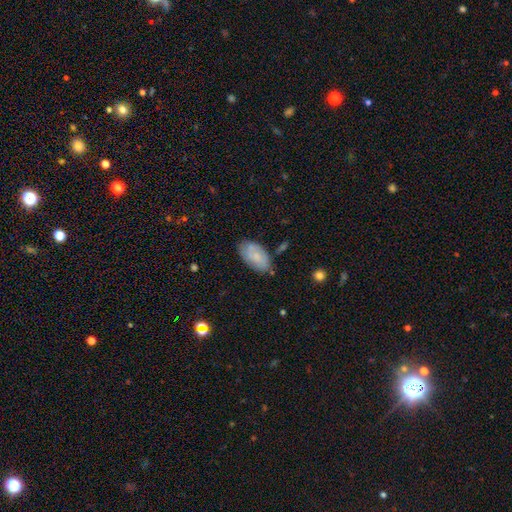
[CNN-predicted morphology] This is likely a smooth galaxy (73%). How rounded: clearly in between (94%). Merging: likely none (72%).